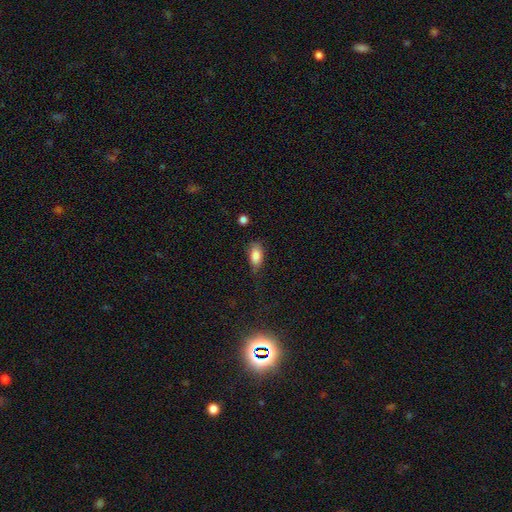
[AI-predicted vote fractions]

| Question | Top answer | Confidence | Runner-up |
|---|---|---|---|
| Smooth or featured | smooth | 85% | star or artifact (8%) |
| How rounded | in between | 89% | cigar-shaped (6%) |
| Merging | none | 65% | minor disturbance (26%) |